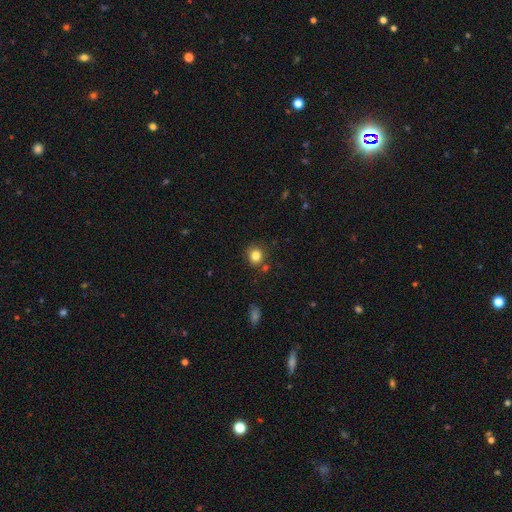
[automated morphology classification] Q: Smooth or featured?
A: smooth (82%); runner-up: star or artifact (12%)
Q: How rounded?
A: round (87%); runner-up: in between (12%)
Q: Merging?
A: none (82%); runner-up: minor disturbance (9%)